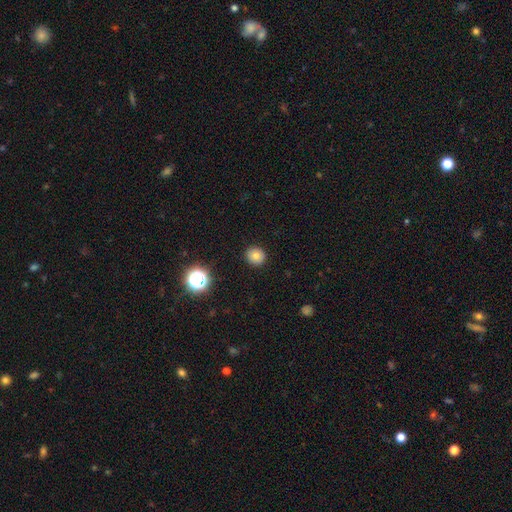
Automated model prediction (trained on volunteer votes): A smooth galaxy with no disk features (77%) that is round (86%). Merging: none (91%).